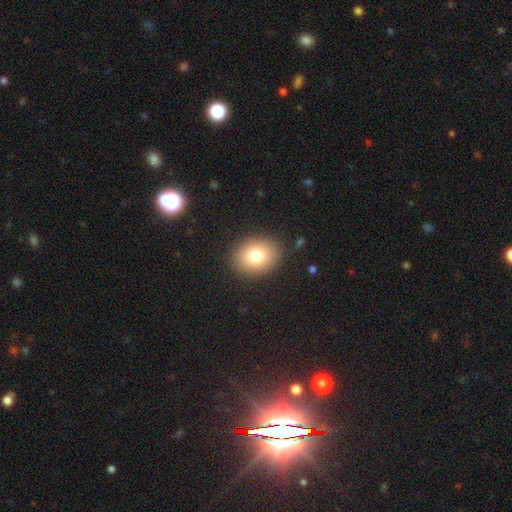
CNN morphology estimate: This appears to be a smooth galaxy with no disk features (79%) that is round (52%). Merging: none (89%).